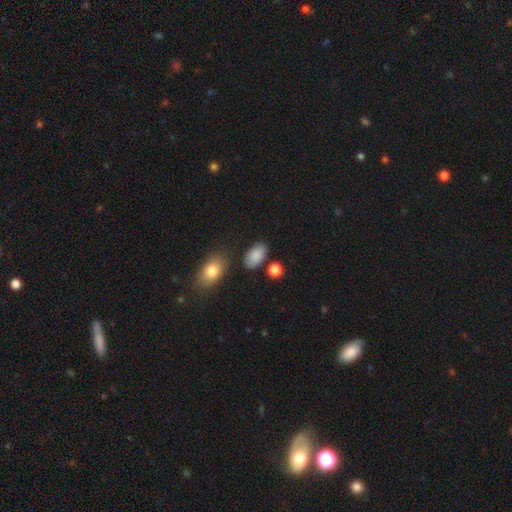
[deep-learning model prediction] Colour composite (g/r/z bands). It shows a smooth galaxy with no disk features (89%) that is in between round and cigar-shaped (91%). Merging: none (80%).